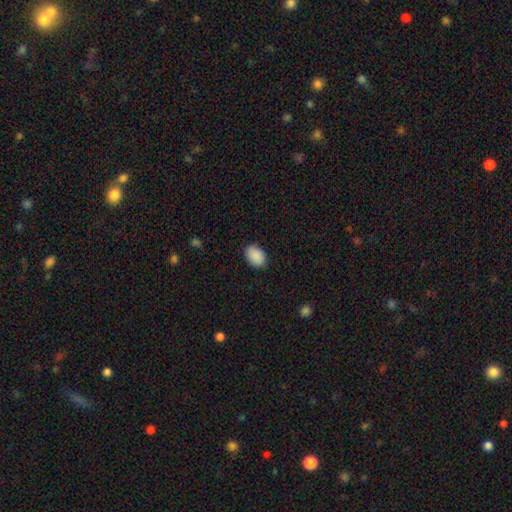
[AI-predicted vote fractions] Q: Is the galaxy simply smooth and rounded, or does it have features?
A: smooth — 90%.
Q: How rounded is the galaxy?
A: in between — 84%.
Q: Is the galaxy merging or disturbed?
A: none — 85%.